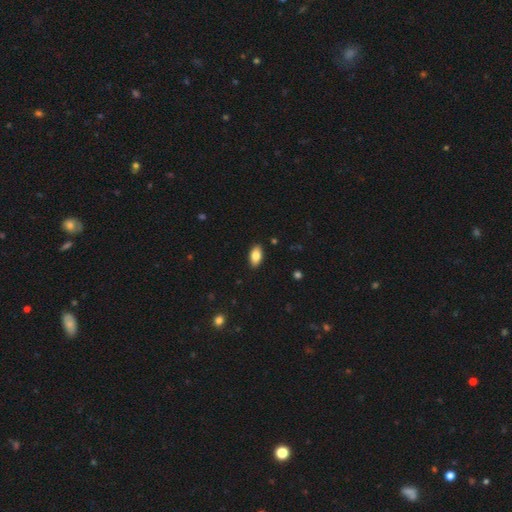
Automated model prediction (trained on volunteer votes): smooth_or_featured: smooth (p=0.84) [alt: featured or disk p=0.09]
how_rounded: in between (p=0.93) [alt: cigar-shaped p=0.04]
merging: none (p=0.89) [alt: minor disturbance p=0.08]